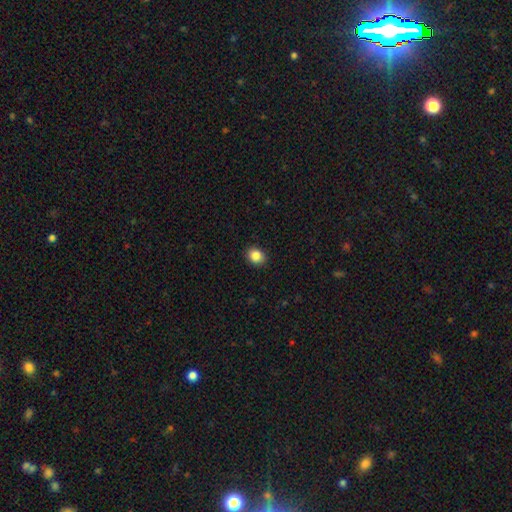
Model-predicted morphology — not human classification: type=smooth (87%); roundness=round (63%); merging=none (90%).